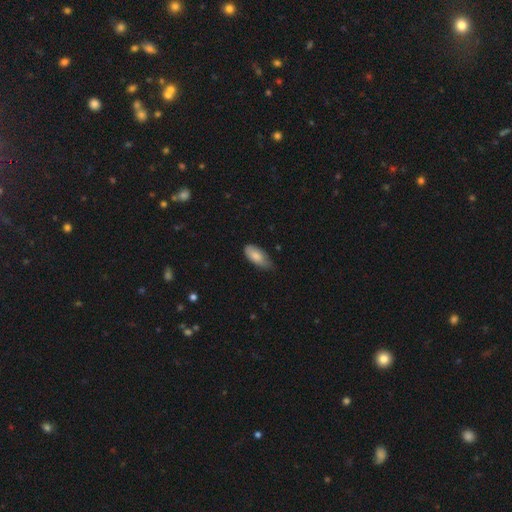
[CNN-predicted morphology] Smooth or featured? Predicted: smooth (p=0.81). How rounded? Predicted: in between (p=0.90). Merging? Predicted: none (p=0.51).